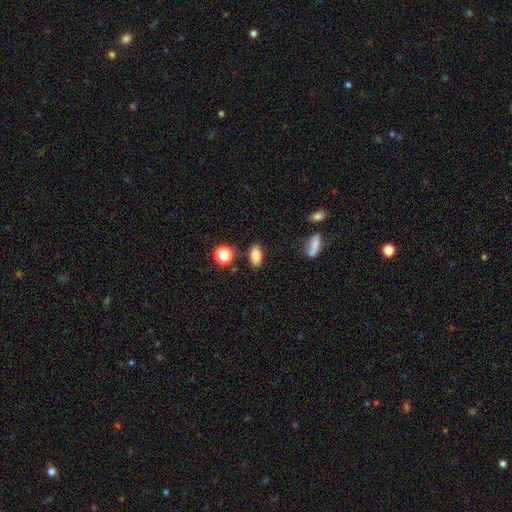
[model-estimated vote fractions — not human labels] This appears to be a smooth galaxy with no disk features (79%) that is in between round and cigar-shaped (85%). Merging: none (83%).